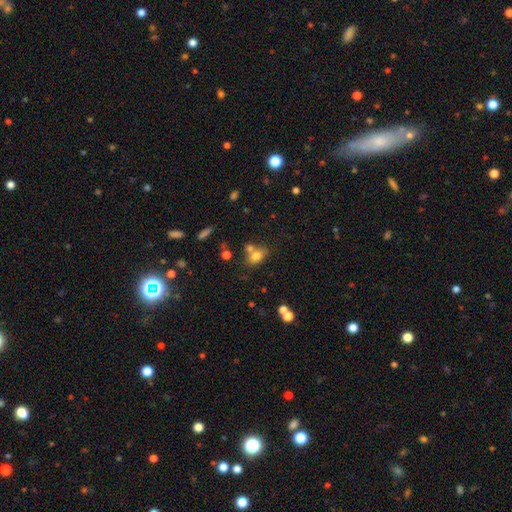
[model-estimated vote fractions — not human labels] Overall: smooth (75%). How rounded: in between (75%). Merging: none (50%; merger 31%).